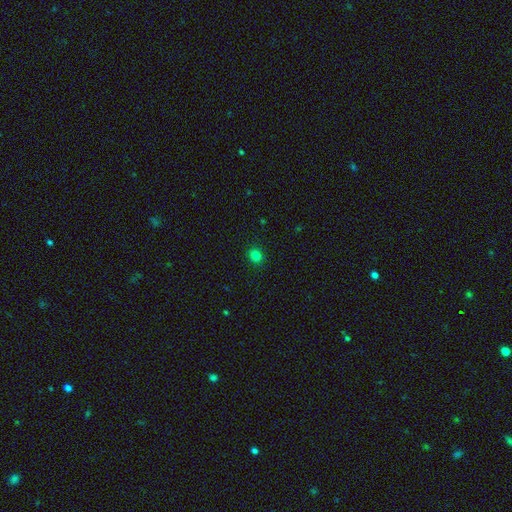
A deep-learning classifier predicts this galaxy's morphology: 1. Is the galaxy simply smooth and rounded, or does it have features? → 81% smooth, 15% star or artifact, 4% featured or disk.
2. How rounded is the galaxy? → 79% round, 21% in between, 1% cigar-shaped.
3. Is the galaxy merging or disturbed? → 91% none, 6% minor disturbance, 2% major disturbance, 1% merger.